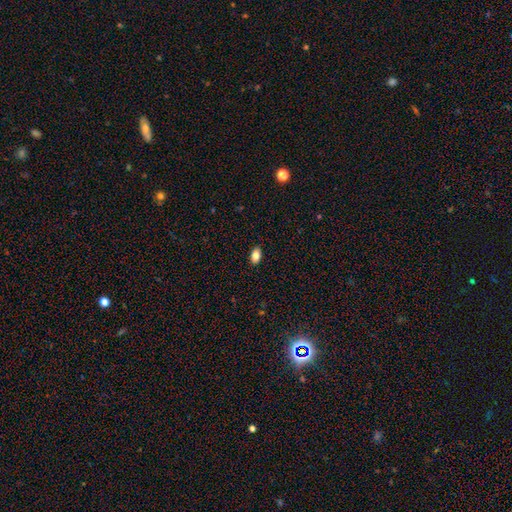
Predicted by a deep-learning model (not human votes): A smooth galaxy with no disk features (83%) that is in between round and cigar-shaped (90%).

Vote fractions:
- Smooth or featured? smooth: 83% / star or artifact: 9% / featured or disk: 8%
- How rounded? in between: 90% / round: 8% / cigar-shaped: 2%
- Merging? none: 88% / minor disturbance: 9% / major disturbance: 2% / merger: 1%